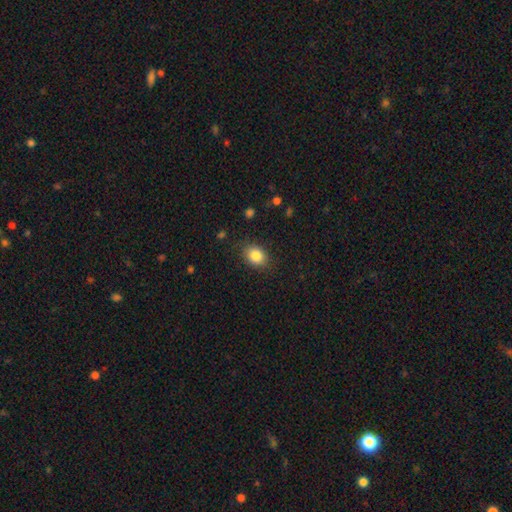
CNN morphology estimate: This appears to be a smooth galaxy with no disk features (84%) that is in between round and cigar-shaped (63%). Merging: none (84%).